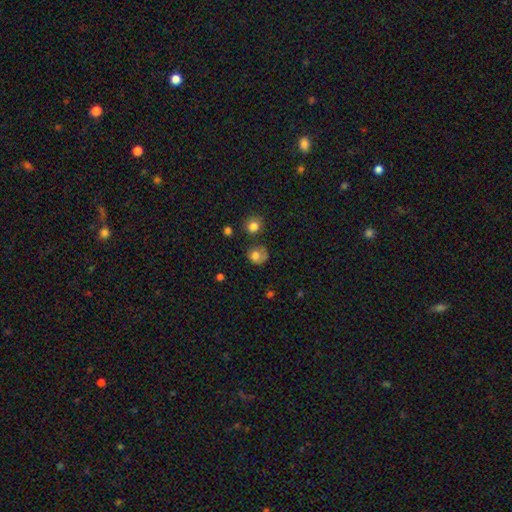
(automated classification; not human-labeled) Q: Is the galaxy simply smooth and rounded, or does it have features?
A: smooth — 75%.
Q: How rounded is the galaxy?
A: round — 76%.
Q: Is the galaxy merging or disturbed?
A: none — 49%.